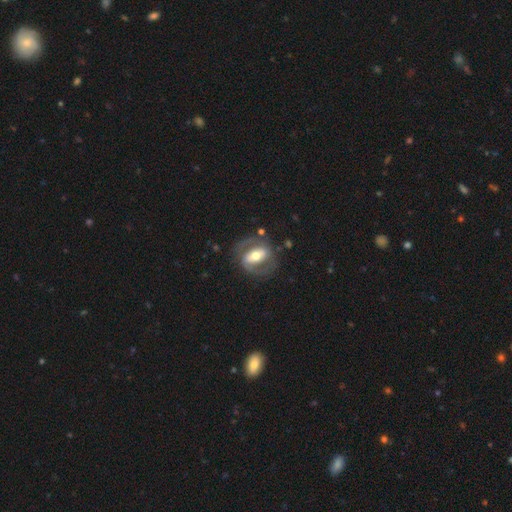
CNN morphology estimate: type=featured or disk (73%); edge-on=no (94%); bar=strong (47%); spiral arms=yes (70%); bulge=moderate (66%); merging=none (67%).